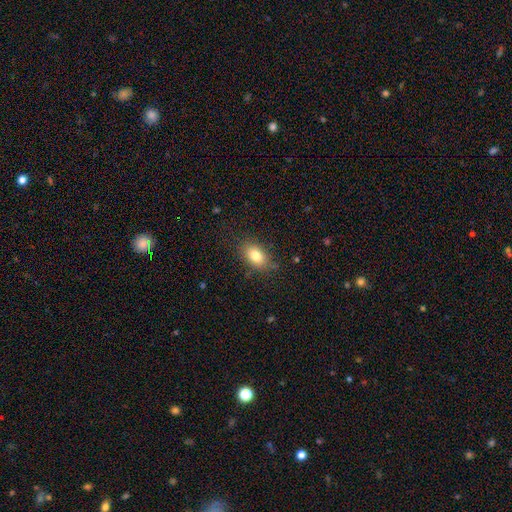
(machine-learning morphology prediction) Smooth or featured: smooth — 80% (featured or disk — 10%)
How rounded: in between — 82% (round — 16%)
Merging: none — 80% (minor disturbance — 15%)